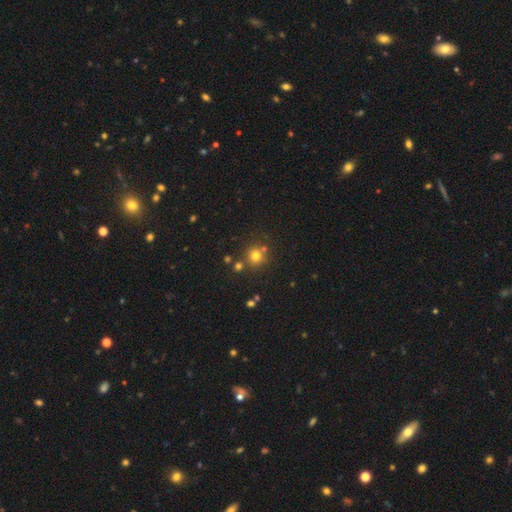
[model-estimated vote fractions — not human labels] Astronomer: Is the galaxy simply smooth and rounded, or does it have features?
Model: smooth — 73%.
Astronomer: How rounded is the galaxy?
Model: round — 92%.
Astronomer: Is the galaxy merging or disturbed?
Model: none — 75%.